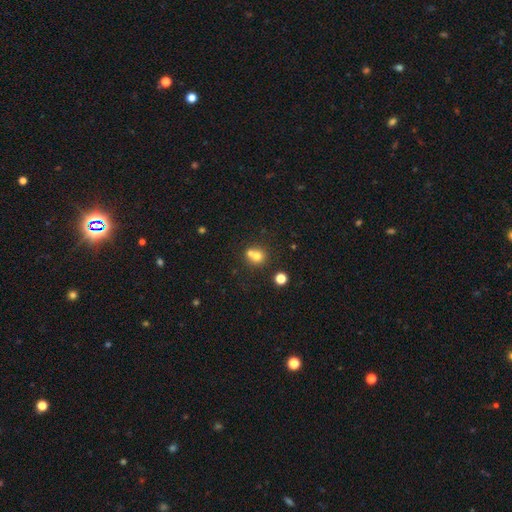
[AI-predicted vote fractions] Smooth or featured: smooth — 70% (featured or disk — 16%)
How rounded: round — 83% (in between — 16%)
Merging: merger — 51% (none — 40%)